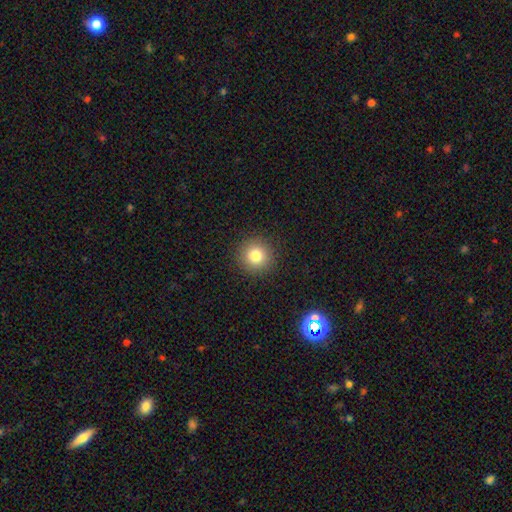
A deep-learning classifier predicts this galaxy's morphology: Smooth or featured?
  - smooth: 80% *
  - star or artifact: 12%
  - featured or disk: 8%
How rounded?
  - round: 95% *
  - in between: 5%
  - cigar-shaped: 1%
Merging?
  - none: 91% *
  - minor disturbance: 5%
  - major disturbance: 2%
  - merger: 1%